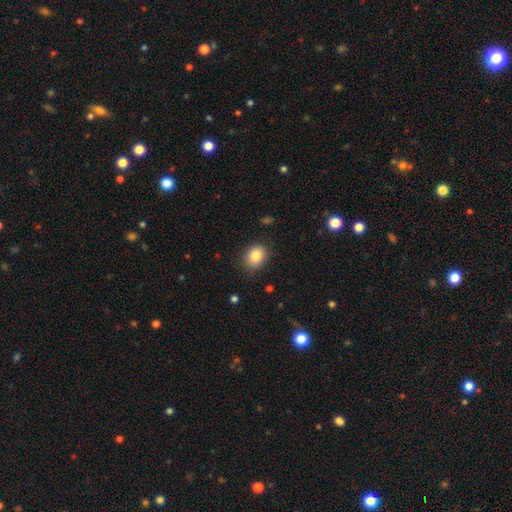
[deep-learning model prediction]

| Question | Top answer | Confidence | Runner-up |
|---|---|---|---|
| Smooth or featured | smooth | 85% | star or artifact (9%) |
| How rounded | in between | 51% | round (48%) |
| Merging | none | 82% | minor disturbance (14%) |